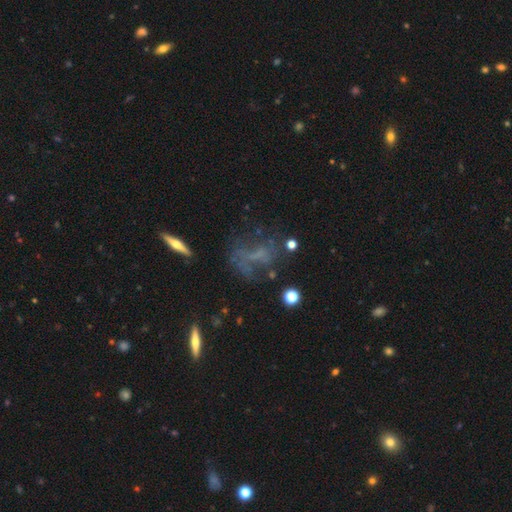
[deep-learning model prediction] Smooth or featured: featured or disk — 46% (smooth — 28%)
Merging: none — 47% (major disturbance — 28%)